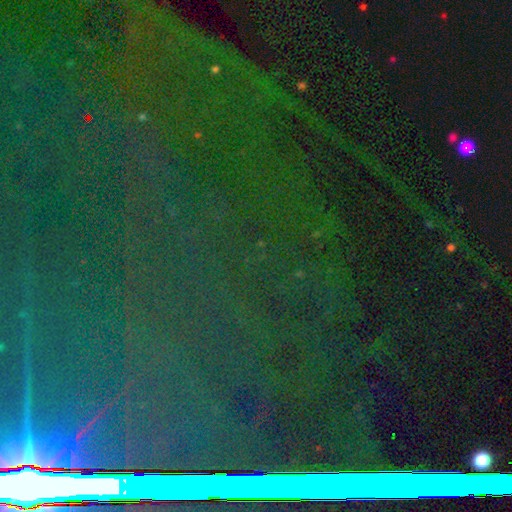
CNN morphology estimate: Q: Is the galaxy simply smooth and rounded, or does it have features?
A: star or artifact — 82%.